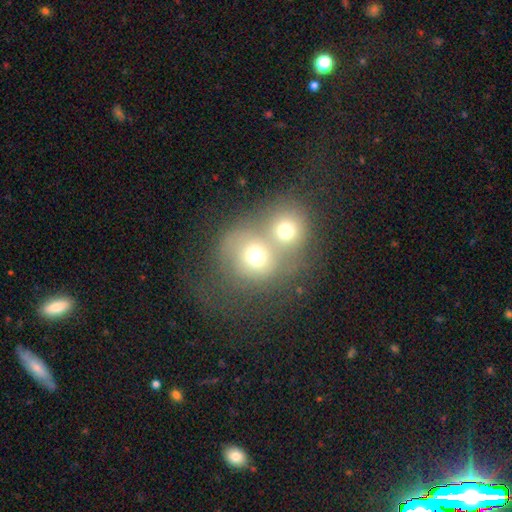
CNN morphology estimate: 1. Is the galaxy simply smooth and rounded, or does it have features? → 61% smooth, 26% featured or disk, 13% star or artifact.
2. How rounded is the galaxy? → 79% round, 20% in between, 1% cigar-shaped.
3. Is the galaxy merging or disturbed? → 72% merger, 17% none, 6% major disturbance, 5% minor disturbance.